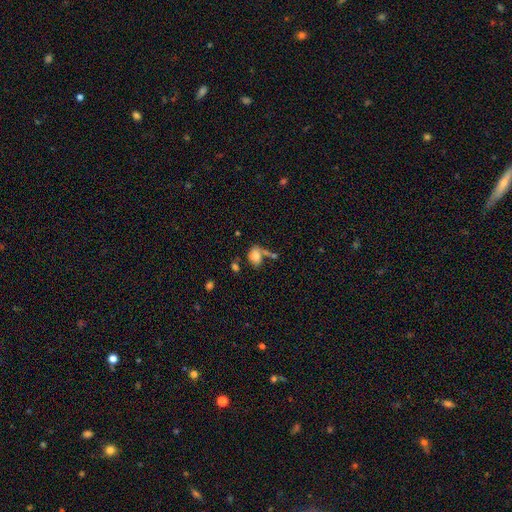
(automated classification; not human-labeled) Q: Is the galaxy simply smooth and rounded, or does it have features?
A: smooth — 74%.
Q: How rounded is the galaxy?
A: in between — 78%.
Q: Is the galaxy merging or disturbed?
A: none — 39%.